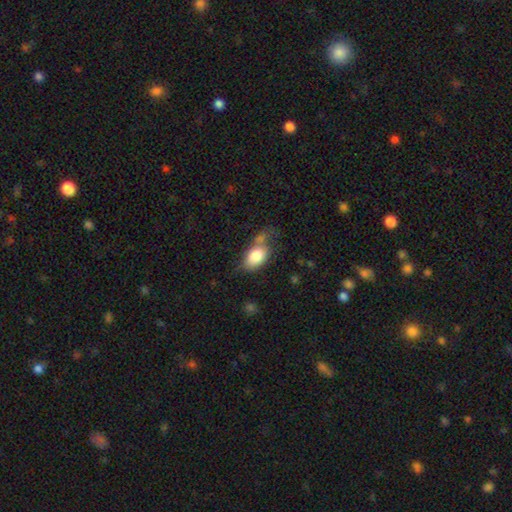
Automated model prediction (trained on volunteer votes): The model was most divided on "merging": none: 38%, minor disturbance: 27%, major disturbance: 18%, merger: 17%. More confident: how rounded — in between (88%); smooth or featured — smooth (80%).